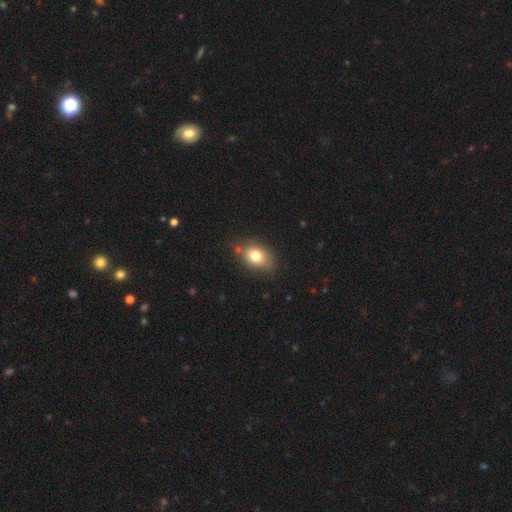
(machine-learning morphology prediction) Smooth or featured?
  - smooth: 78% *
  - featured or disk: 13%
  - star or artifact: 9%
How rounded?
  - in between: 76% *
  - round: 23%
  - cigar-shaped: 1%
Merging?
  - none: 74% *
  - minor disturbance: 18%
  - merger: 5%
  - major disturbance: 4%